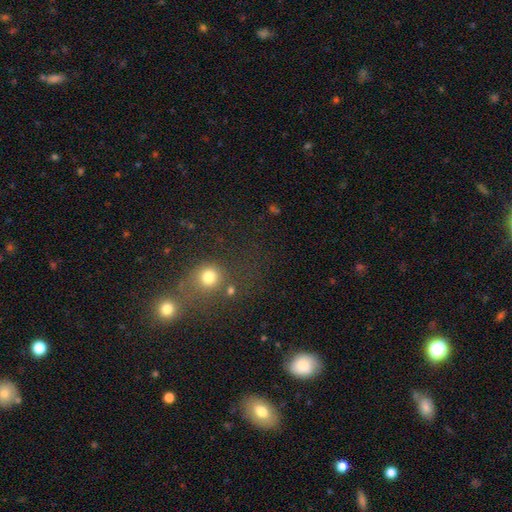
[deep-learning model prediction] Smooth or featured: smooth — 49% (star or artifact — 39%)
Merging: none — 48% (merger — 31%)